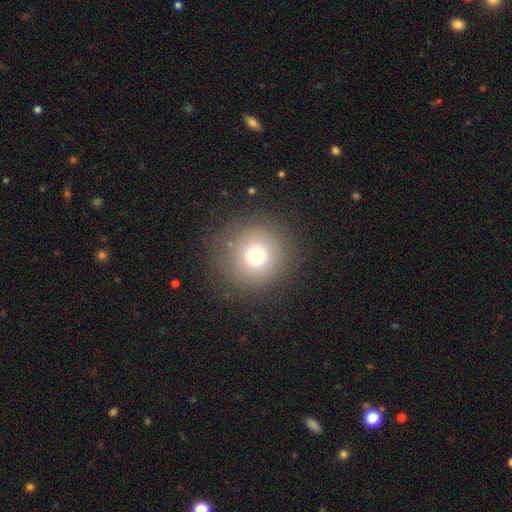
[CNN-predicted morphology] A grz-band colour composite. It shows a smooth galaxy with no disk features (74%) that is round (95%). Merging: none (86%).